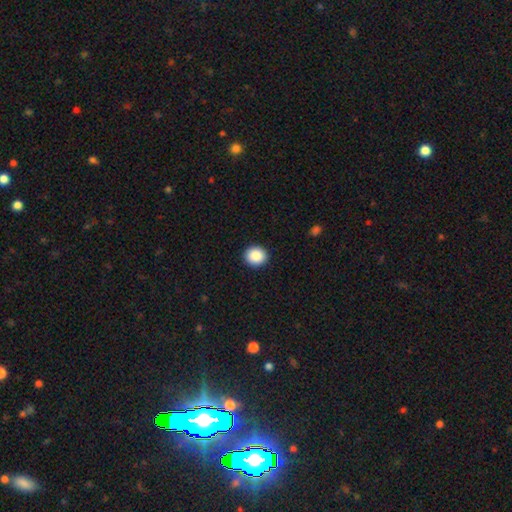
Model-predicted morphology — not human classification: Smooth or featured? smooth (89%)
How rounded? round (83%)
Merging? none (92%)